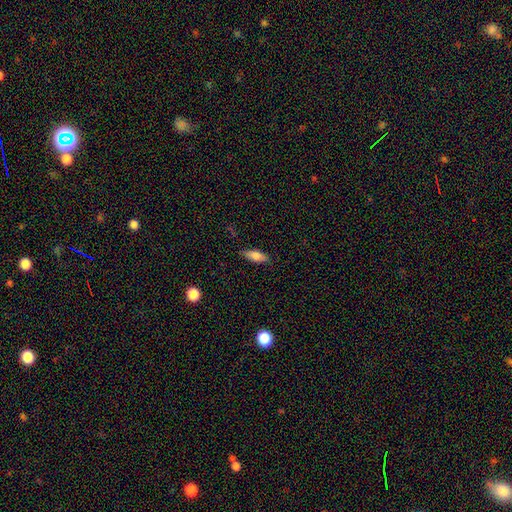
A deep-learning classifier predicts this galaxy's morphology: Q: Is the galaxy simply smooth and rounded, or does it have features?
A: smooth — 77%.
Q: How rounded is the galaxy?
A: in between — 66%.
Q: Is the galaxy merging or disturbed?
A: none — 84%.